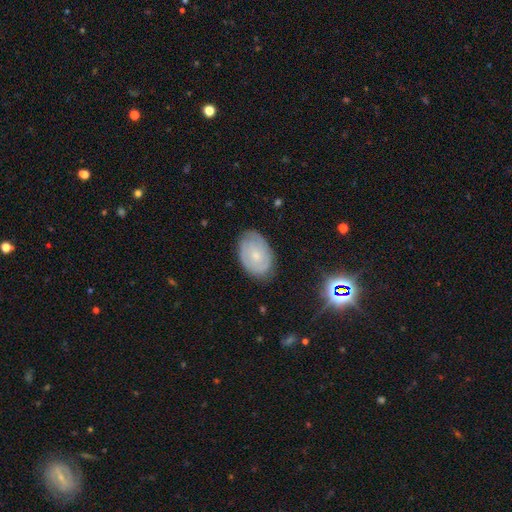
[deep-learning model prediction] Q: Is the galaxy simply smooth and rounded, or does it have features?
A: featured or disk — 52%.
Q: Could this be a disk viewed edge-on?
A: no — 95%.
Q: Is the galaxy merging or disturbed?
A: none — 78%.